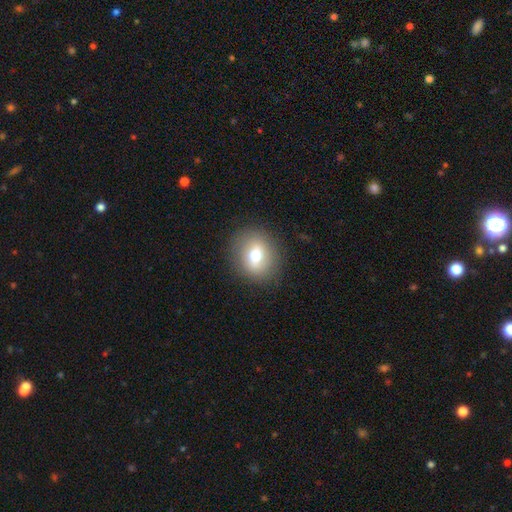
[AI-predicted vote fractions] This appears to be a smooth galaxy with no disk features (66%) that is round (59%). Merging: none (85%).